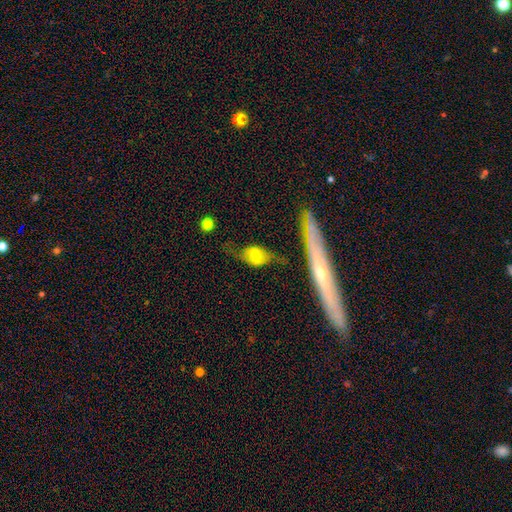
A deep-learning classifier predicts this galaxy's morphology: A smooth galaxy with no disk features (52%) that is in between round and cigar-shaped (78%). Merging: none (53%).